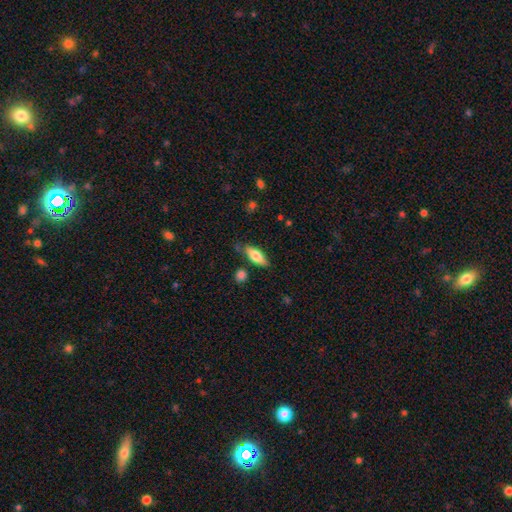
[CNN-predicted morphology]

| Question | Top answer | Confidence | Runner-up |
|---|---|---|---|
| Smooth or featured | smooth | 74% | featured or disk (19%) |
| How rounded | in between | 70% | cigar-shaped (27%) |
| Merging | none | 74% | minor disturbance (18%) |